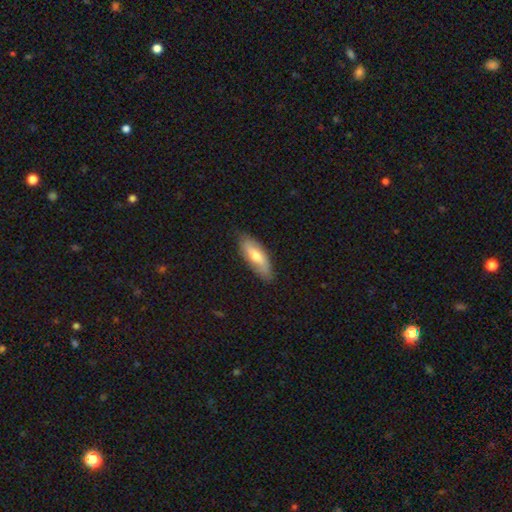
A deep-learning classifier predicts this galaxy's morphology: The model was most divided on "smooth or featured": smooth: 55%, featured or disk: 39%, star or artifact: 6%. More confident: merging — none (81%); how rounded — in between (71%).